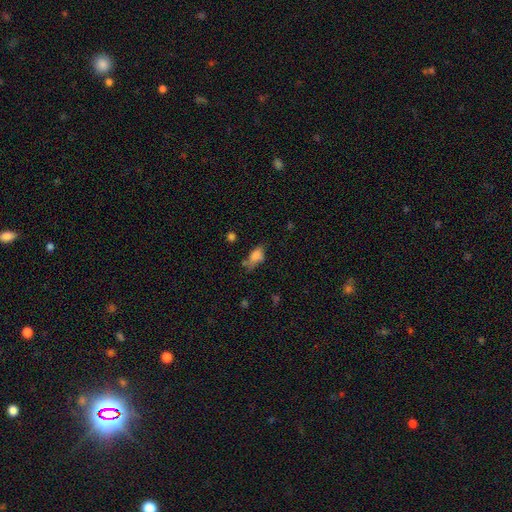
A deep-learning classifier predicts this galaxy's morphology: A smooth galaxy with no disk features (76%) that is in between round and cigar-shaped (83%).

Vote fractions:
- Smooth or featured? smooth: 76% / featured or disk: 13% / star or artifact: 11%
- How rounded? in between: 83% / cigar-shaped: 9% / round: 8%
- Merging? none: 45% / minor disturbance: 31% / major disturbance: 14% / merger: 10%